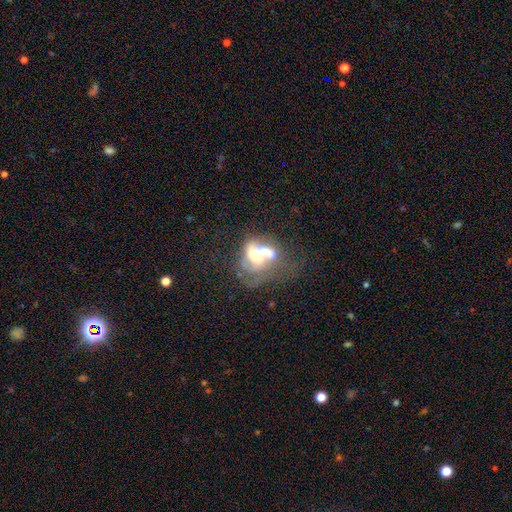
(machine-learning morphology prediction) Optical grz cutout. It shows a featured or disk galaxy (58%) with no bar (68%), no spiral arms (58%) and a moderate central bulge (59%). Merging: merger (68%).